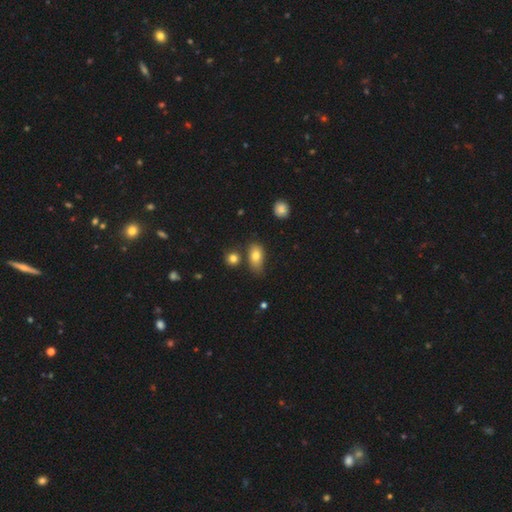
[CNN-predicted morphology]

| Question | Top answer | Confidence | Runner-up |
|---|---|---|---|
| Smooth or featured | smooth | 78% | featured or disk (12%) |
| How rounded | in between | 85% | round (11%) |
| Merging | none | 59% | minor disturbance (25%) |